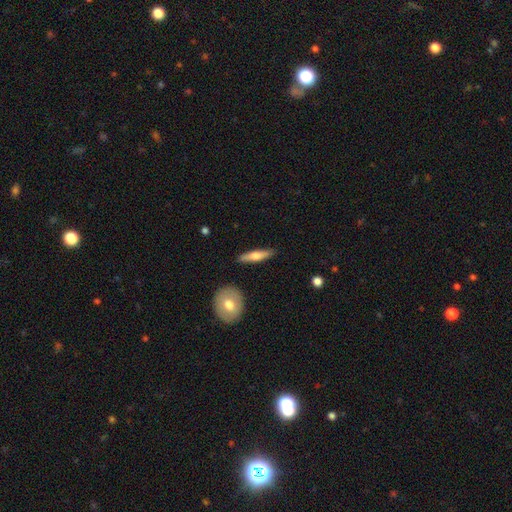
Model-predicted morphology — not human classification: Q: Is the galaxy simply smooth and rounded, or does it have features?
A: smooth — 55%.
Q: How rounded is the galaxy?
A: cigar-shaped — 77%.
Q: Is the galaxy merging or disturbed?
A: none — 87%.